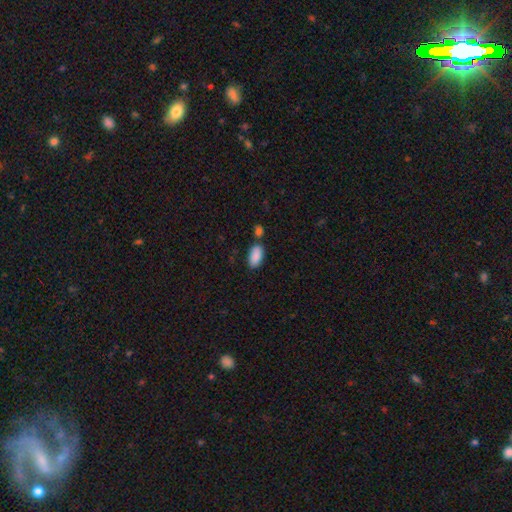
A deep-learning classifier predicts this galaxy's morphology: A smooth galaxy with no disk features (89%) that is in between round and cigar-shaped (93%).

Vote fractions:
- Smooth or featured? smooth: 89% / star or artifact: 7% / featured or disk: 4%
- How rounded? in between: 93% / cigar-shaped: 4% / round: 3%
- Merging? none: 70% / merger: 15% / minor disturbance: 12% / major disturbance: 3%